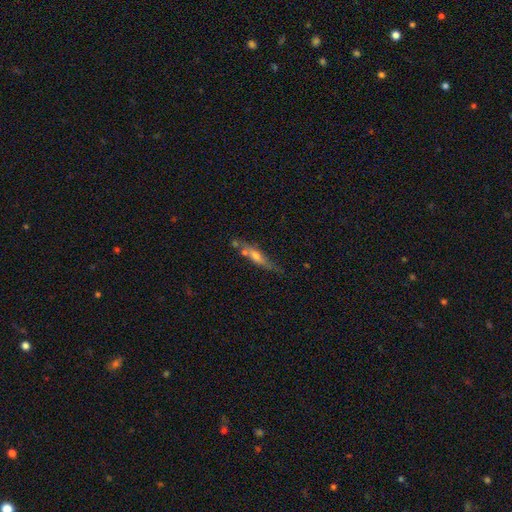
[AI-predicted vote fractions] Smooth or featured?
  - featured or disk: 53% *
  - smooth: 39%
  - star or artifact: 8%
Edge-on disk?
  - yes: 80% *
  - no: 20%
Merging?
  - none: 56% *
  - minor disturbance: 22%
  - merger: 14%
  - major disturbance: 8%